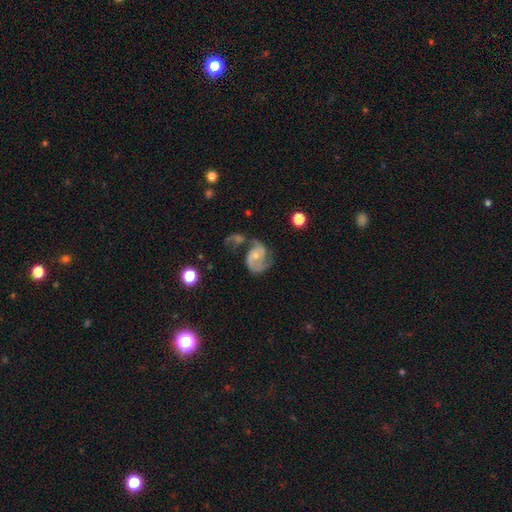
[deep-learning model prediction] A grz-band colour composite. It shows a featured or disk galaxy (83%) with no bar (63%), 2 (81%) medium (50%) spiral arms (94%) and a small central bulge (59%). Merging: none (36%).